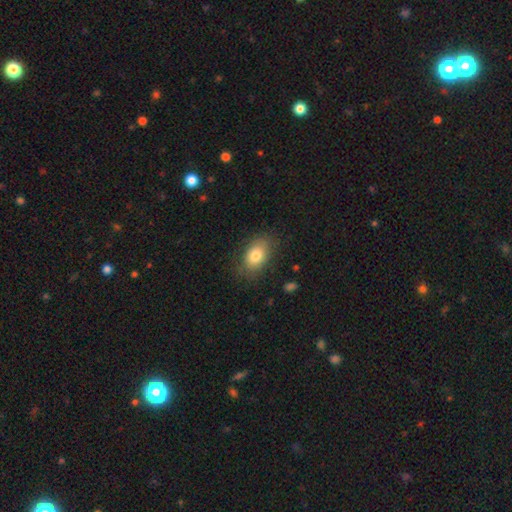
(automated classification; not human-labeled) Smooth or featured? Predicted: smooth (p=0.79). How rounded? Predicted: in between (p=0.86). Merging? Predicted: none (p=0.77).